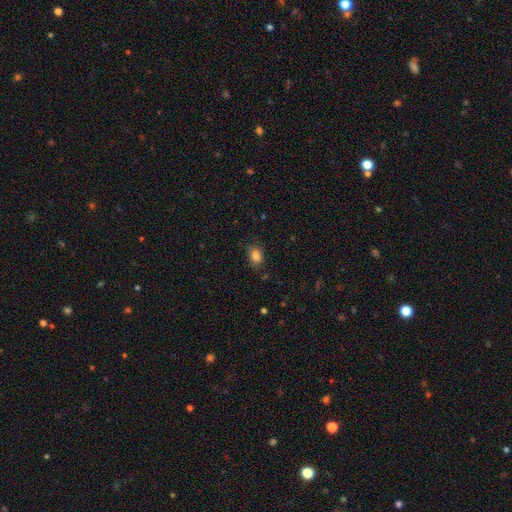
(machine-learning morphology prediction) smooth 84%, star or artifact 10%, featured or disk 6%. Down the decision tree: how rounded — in between (70%); merging — none (73%).